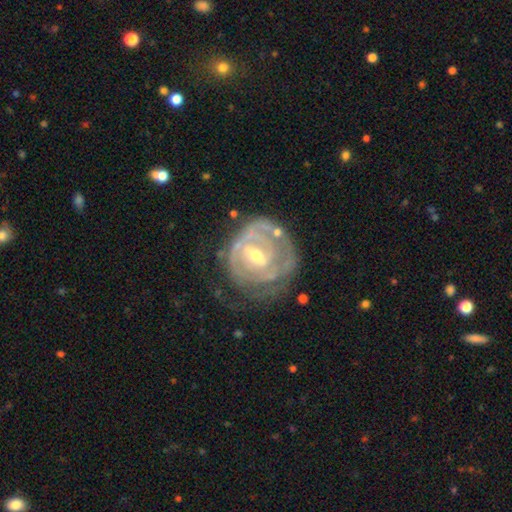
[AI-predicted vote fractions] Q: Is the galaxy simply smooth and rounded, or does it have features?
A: featured or disk — 82%.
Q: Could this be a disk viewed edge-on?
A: no — 97%.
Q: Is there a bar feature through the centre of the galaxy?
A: weak — 54%.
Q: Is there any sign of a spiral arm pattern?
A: yes — 81%.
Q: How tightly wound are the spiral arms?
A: tight — 69%.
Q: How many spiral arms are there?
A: can't tell — 44%.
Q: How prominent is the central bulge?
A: moderate — 52%.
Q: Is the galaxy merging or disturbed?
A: none — 52%.